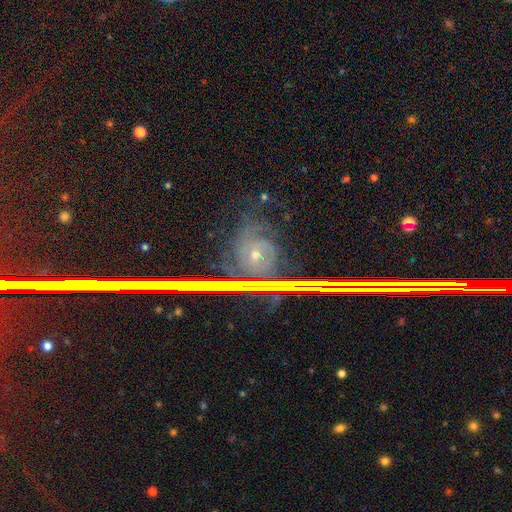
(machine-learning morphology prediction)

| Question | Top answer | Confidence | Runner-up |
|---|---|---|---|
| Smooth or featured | featured or disk | 61% | star or artifact (25%) |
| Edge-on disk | no | 77% | yes (23%) |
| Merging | none | 71% | minor disturbance (16%) |